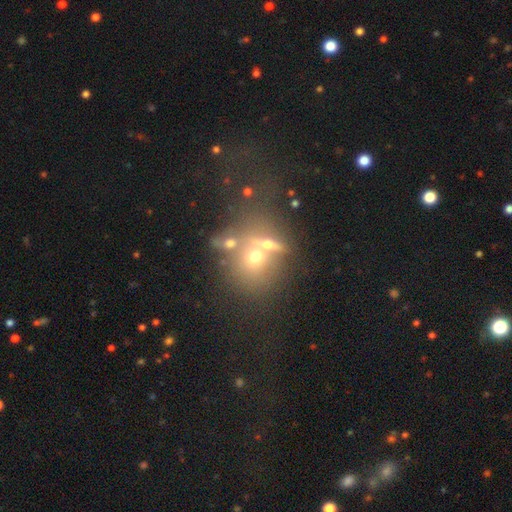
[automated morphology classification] This is possibly a smooth galaxy (53%). How rounded: likely round (74%). Merging: possibly merger (48%).